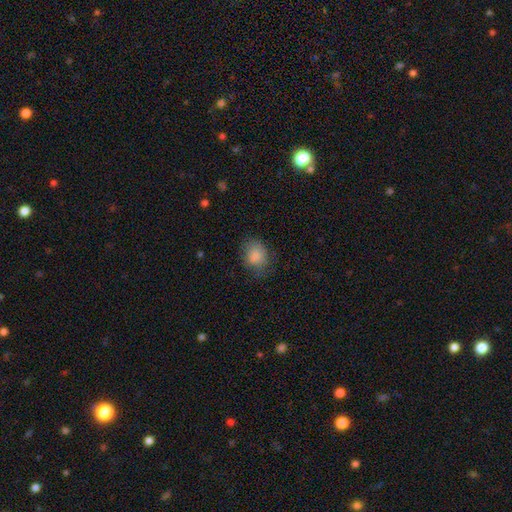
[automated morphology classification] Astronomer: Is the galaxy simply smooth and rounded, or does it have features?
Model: smooth — 84%.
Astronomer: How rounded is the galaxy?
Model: round — 51% (runner-up: in between, 48%).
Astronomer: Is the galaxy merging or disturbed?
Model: none — 67%.